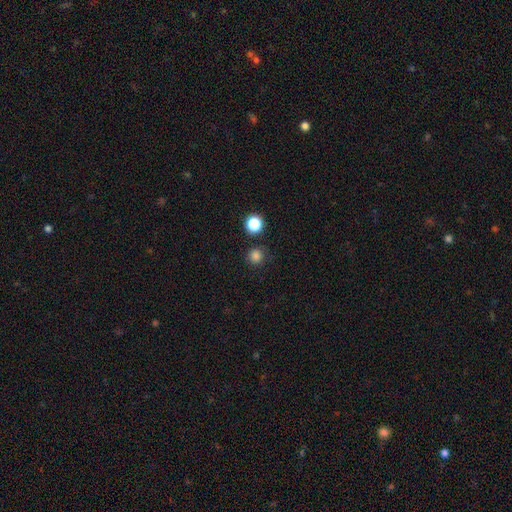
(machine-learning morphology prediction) Smooth or featured: smooth — 81% (star or artifact — 15%)
How rounded: round — 94% (in between — 5%)
Merging: none — 85% (minor disturbance — 8%)